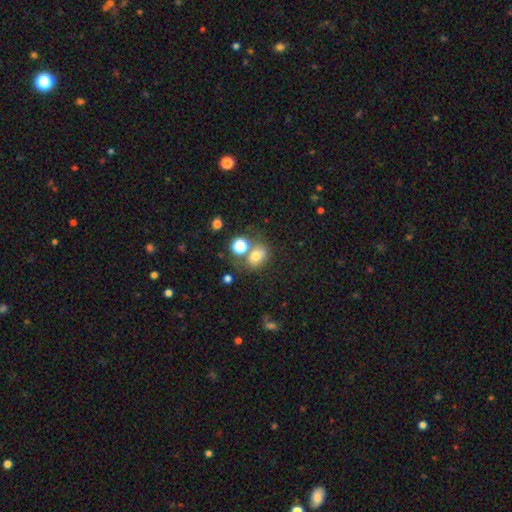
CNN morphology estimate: This is likely a smooth galaxy (71%). How rounded: possibly in between (53%). Merging: possibly none (54%).